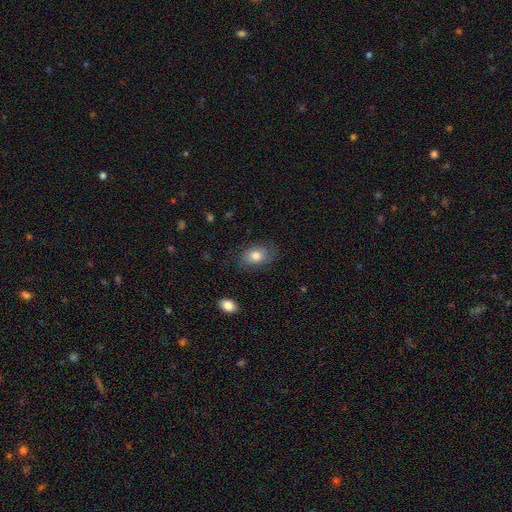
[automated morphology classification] This is likely a smooth galaxy (80%). How rounded: clearly in between (80%). Merging: likely none (75%).